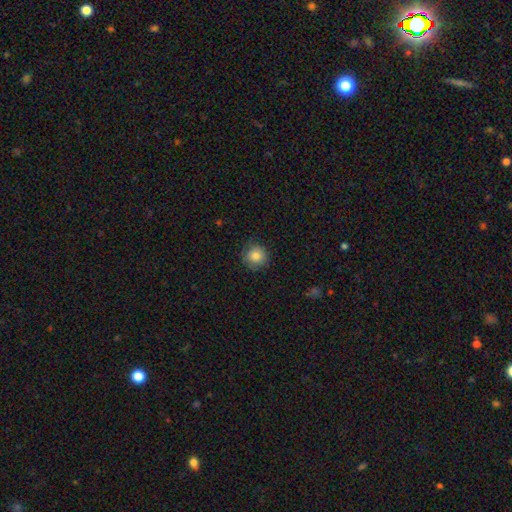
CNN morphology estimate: Overall: smooth (83%). How rounded: round (93%). Merging: none (84%).